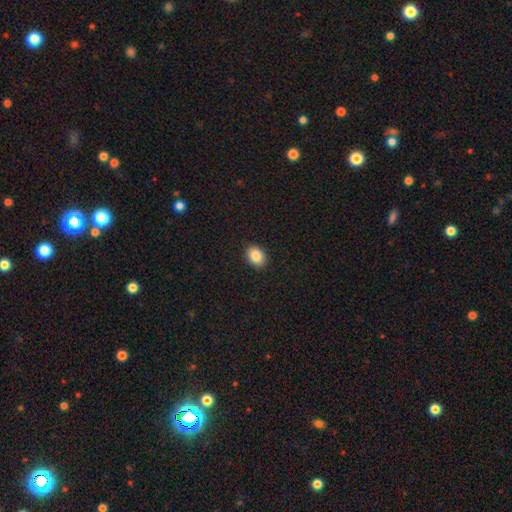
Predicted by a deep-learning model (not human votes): smooth-or-featured: smooth: 86% | star or artifact: 8% | featured or disk: 5%
  how-rounded: in between: 62% | round: 37% | cigar-shaped: 1%
  merging: none: 90% | minor disturbance: 7% | major disturbance: 2% | merger: 1%